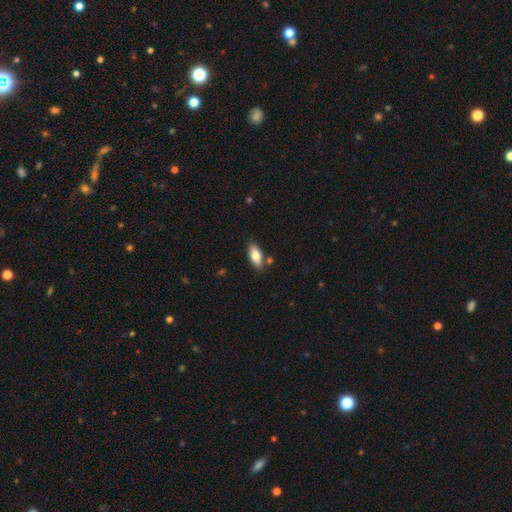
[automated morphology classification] This is likely a smooth galaxy (79%). How rounded: clearly in between (87%). Merging: clearly none (82%).